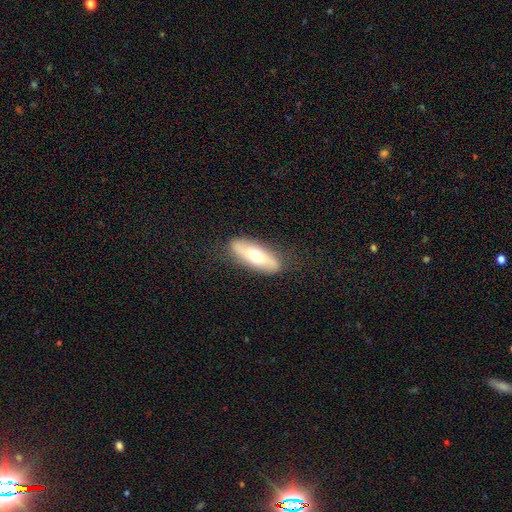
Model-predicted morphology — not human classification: The model was most divided on "smooth or featured": smooth: 54%, featured or disk: 40%, star or artifact: 6%. More confident: merging — none (83%); how rounded — in between (62%).